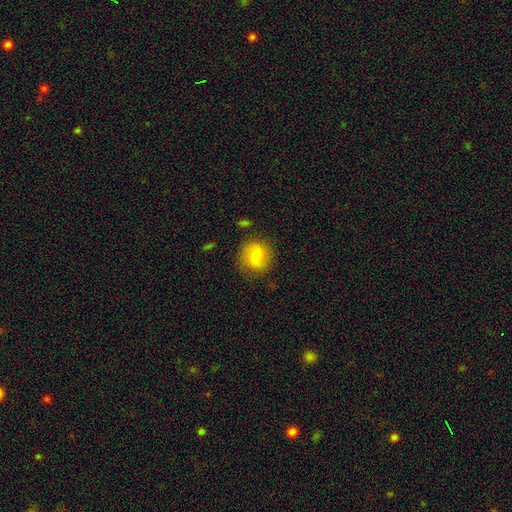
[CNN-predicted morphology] Q: Smooth or featured?
A: smooth (76%); runner-up: featured or disk (16%)
Q: How rounded?
A: round (86%); runner-up: in between (13%)
Q: Merging?
A: none (80%); runner-up: minor disturbance (14%)